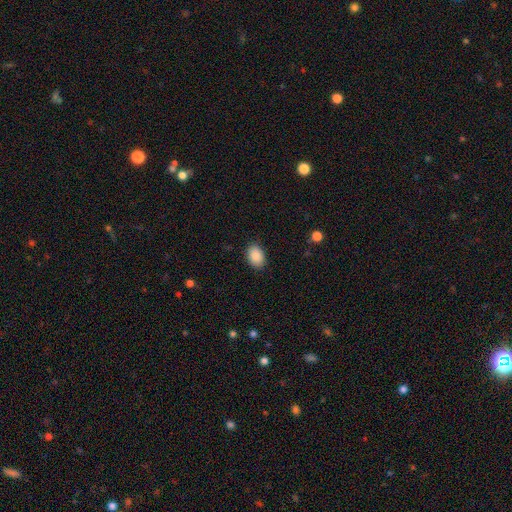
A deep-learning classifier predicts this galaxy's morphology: The model was most divided on "how rounded": in between: 83%, round: 16%, cigar-shaped: 1%. More confident: smooth or featured — smooth (90%); merging — none (88%).